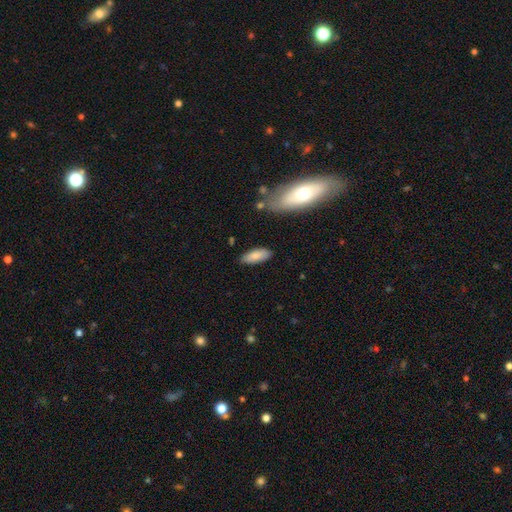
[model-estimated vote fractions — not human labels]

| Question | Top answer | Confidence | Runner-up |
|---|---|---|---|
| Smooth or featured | smooth | 81% | featured or disk (12%) |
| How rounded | in between | 76% | cigar-shaped (22%) |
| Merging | none | 83% | minor disturbance (12%) |